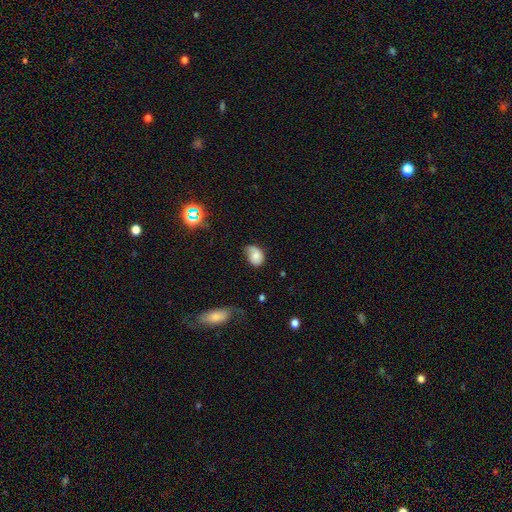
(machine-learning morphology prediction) smooth-or-featured: smooth: 74% | featured or disk: 17% | star or artifact: 9%
  how-rounded: in between: 72% | round: 27% | cigar-shaped: 1%
  merging: none: 41% | minor disturbance: 40% | major disturbance: 16% | merger: 3%